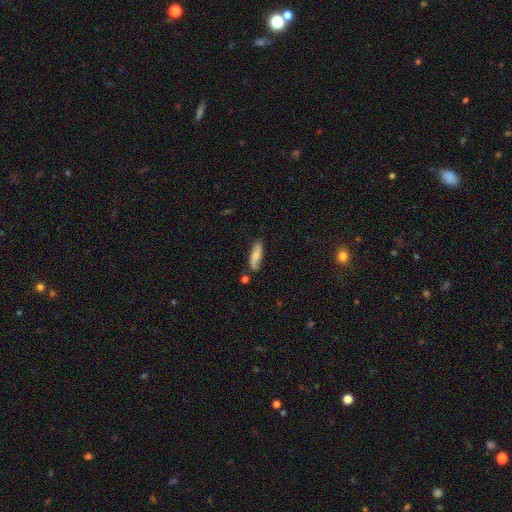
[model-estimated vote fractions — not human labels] This appears to be a smooth galaxy with no disk features (64%) that is cigar-shaped (52%). Merging: none (67%).